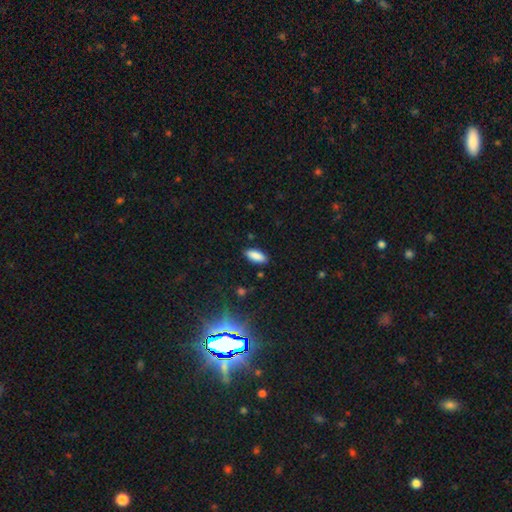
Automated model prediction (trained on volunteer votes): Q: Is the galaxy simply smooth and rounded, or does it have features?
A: smooth — 87%.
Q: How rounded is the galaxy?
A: in between — 84%.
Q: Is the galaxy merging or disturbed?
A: none — 87%.